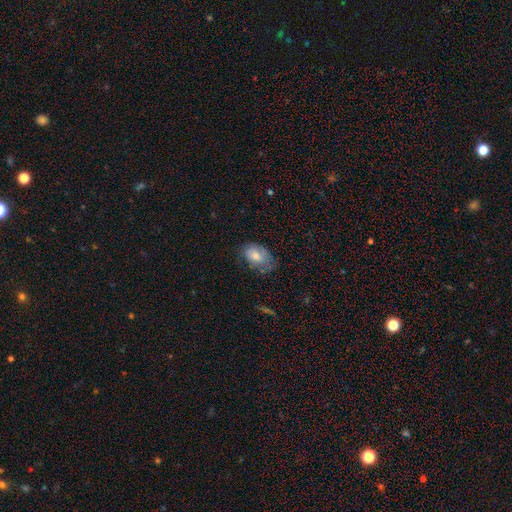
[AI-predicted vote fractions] Smooth or featured?
  - smooth: 74% *
  - featured or disk: 18%
  - star or artifact: 8%
How rounded?
  - in between: 88% *
  - round: 10%
  - cigar-shaped: 1%
Merging?
  - none: 50% *
  - minor disturbance: 33%
  - major disturbance: 15%
  - merger: 2%